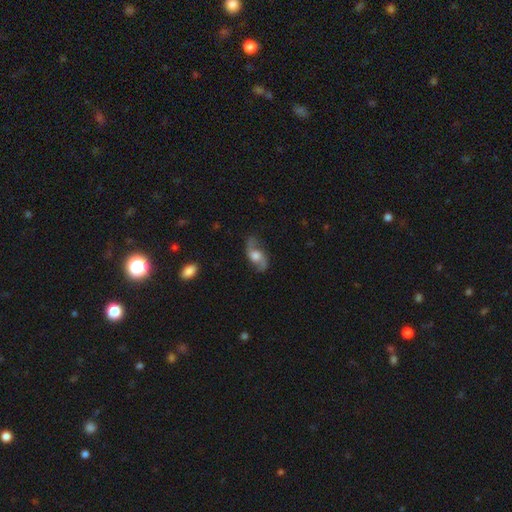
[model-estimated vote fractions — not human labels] Morphology: type=featured or disk (74%); edge-on=no (92%); bar=no (65%); spiral arms=yes (92%); winding=loose (64%); arm count=2 (91%); bulge=moderate (55%); merging=none (73%).